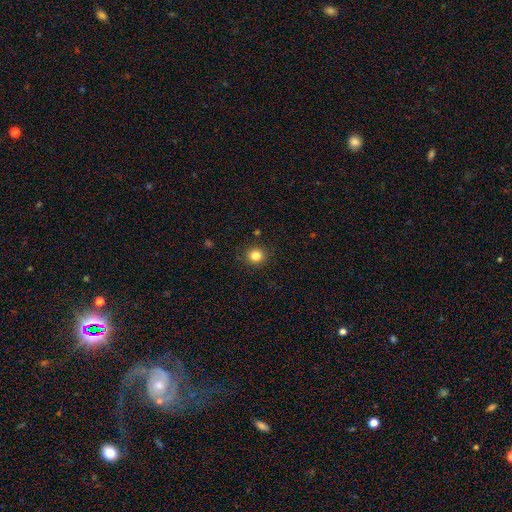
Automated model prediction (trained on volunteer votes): A smooth galaxy with no disk features (83%) that is round (89%). Merging: none (90%).